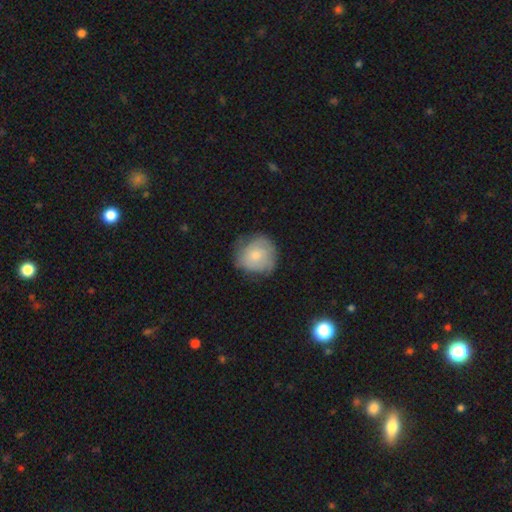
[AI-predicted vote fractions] smooth_or_featured: smooth (p=0.56) [alt: featured or disk p=0.37]
how_rounded: round (p=0.86) [alt: in between p=0.13]
merging: none (p=0.64) [alt: minor disturbance p=0.26]